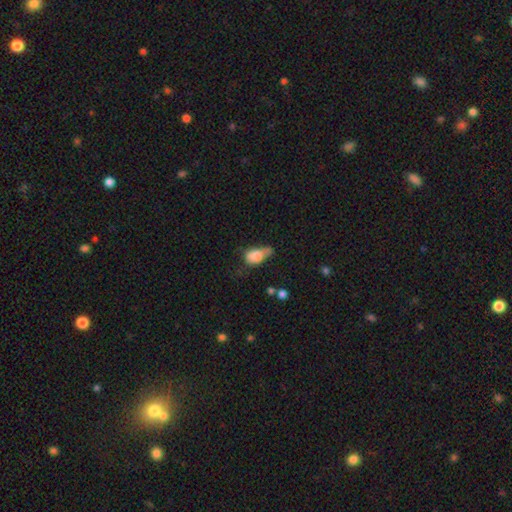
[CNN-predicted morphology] A smooth galaxy with no disk features (73%) that is in between round and cigar-shaped (82%).

Vote fractions:
- Smooth or featured? smooth: 73% / featured or disk: 18% / star or artifact: 10%
- How rounded? in between: 82% / round: 12% / cigar-shaped: 6%
- Merging? minor disturbance: 34% / major disturbance: 31% / none: 22% / merger: 13%